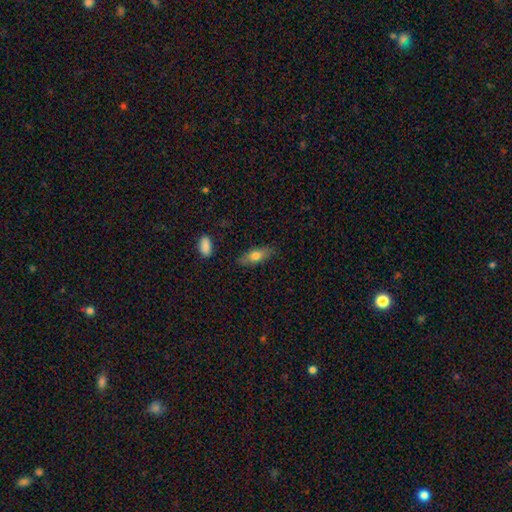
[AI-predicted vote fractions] This appears to be a smooth galaxy with no disk features (72%) that is in between round and cigar-shaped (71%). Merging: none (81%).